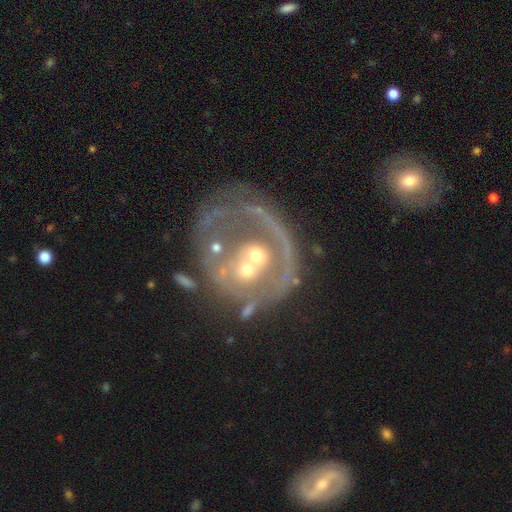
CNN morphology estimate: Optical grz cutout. It shows a featured or disk galaxy (62%) with no bar (83%), no spiral arms (61%) and a moderate central bulge (51%). Merging: merger (36%).